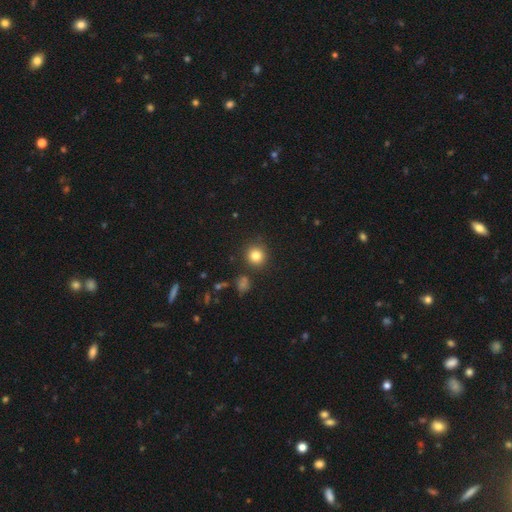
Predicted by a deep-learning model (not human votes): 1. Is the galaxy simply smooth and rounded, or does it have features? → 83% smooth, 12% star or artifact, 6% featured or disk.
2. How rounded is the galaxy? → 92% round, 7% in between, 1% cigar-shaped.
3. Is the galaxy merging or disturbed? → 87% none, 7% minor disturbance, 3% merger, 3% major disturbance.